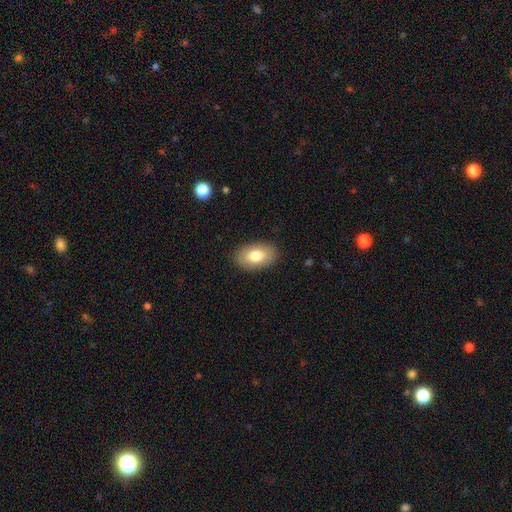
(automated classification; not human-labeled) A smooth galaxy with no disk features (78%) that is in between round and cigar-shaped (92%).

Vote fractions:
- Smooth or featured? smooth: 78% / featured or disk: 15% / star or artifact: 7%
- How rounded? in between: 92% / round: 6% / cigar-shaped: 1%
- Merging? none: 88% / minor disturbance: 9% / major disturbance: 2% / merger: 1%